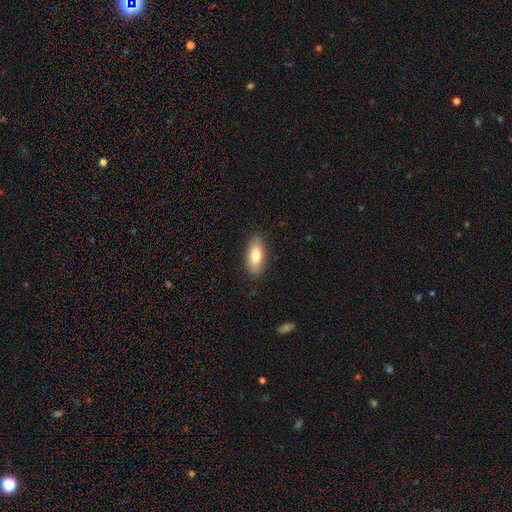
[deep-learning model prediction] smooth_or_featured: smooth (p=0.80) [alt: featured or disk p=0.14]
how_rounded: in between (p=0.84) [alt: cigar-shaped p=0.13]
merging: none (p=0.87) [alt: minor disturbance p=0.10]